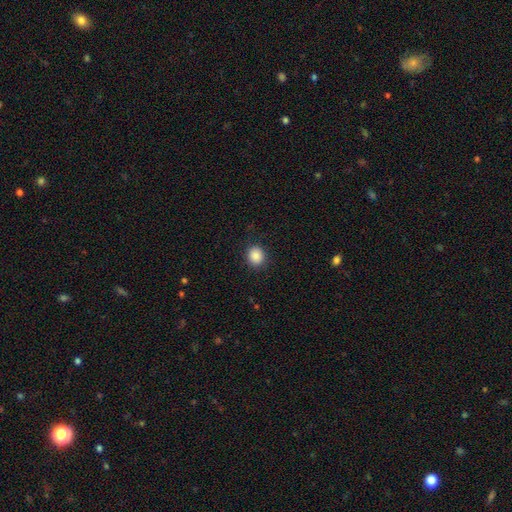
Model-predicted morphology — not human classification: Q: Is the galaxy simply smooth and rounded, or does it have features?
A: smooth — 87%.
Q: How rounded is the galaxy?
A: round — 79%.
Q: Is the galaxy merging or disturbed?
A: none — 88%.